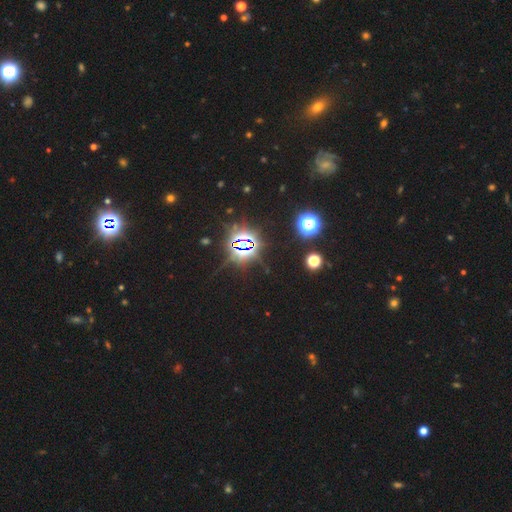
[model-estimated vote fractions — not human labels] The model was most divided on "smooth or featured": star or artifact: 82%, smooth: 11%, featured or disk: 7%.